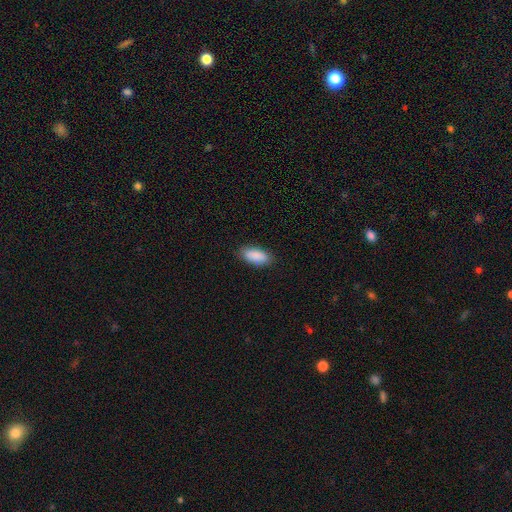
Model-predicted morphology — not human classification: The model was most divided on "how rounded": in between: 85%, cigar-shaped: 13%, round: 2%. More confident: smooth or featured — smooth (89%); merging — none (87%).